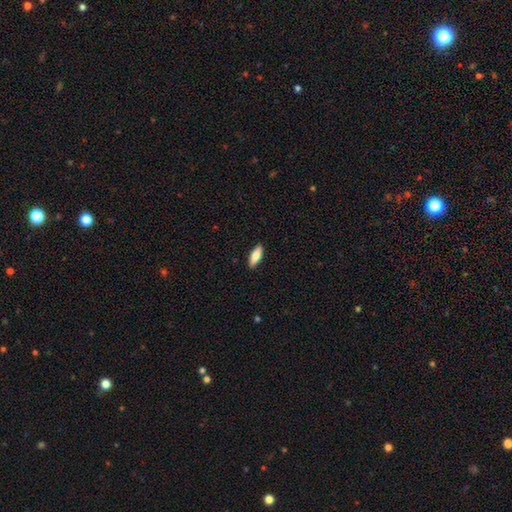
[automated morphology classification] type=smooth (77%); roundness=in between (62%); merging=none (89%).